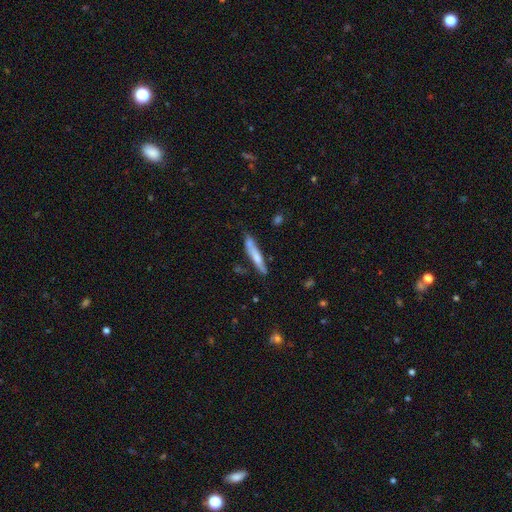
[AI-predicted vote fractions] A smooth galaxy with no disk features (57%) that is cigar-shaped (92%).

Vote fractions:
- Smooth or featured? smooth: 57% / featured or disk: 37% / star or artifact: 6%
- How rounded? cigar-shaped: 92% / in between: 6% / round: 1%
- Merging? none: 73% / minor disturbance: 18% / merger: 5% / major disturbance: 4%